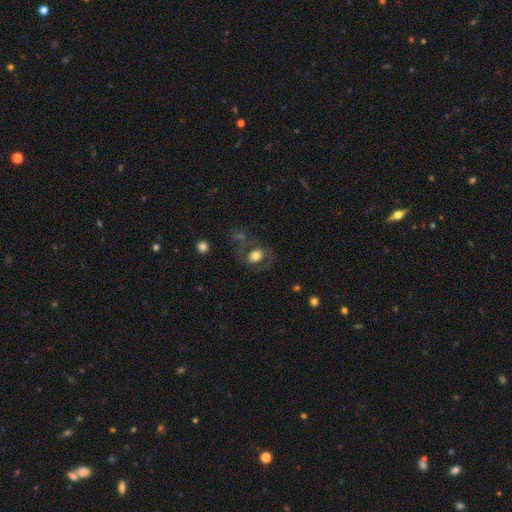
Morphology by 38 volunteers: Smooth or featured? smooth (71%)
How rounded? in between (52%)
Merging? none (73%)